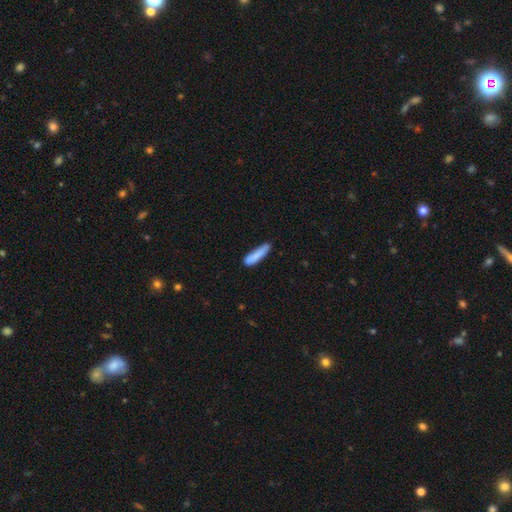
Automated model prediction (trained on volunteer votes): Overall: smooth (84%). How rounded: cigar-shaped (79%). Merging: none (67%).